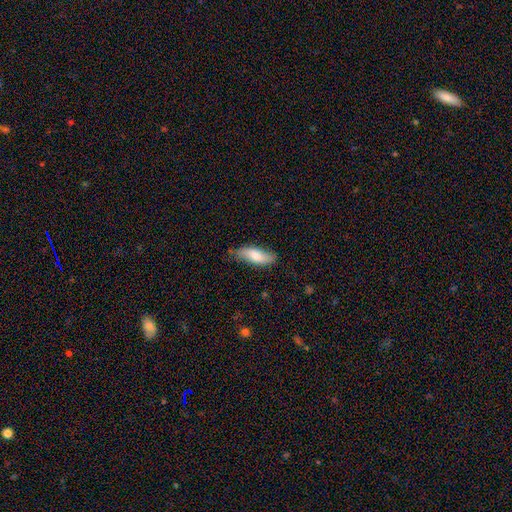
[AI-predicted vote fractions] Overall: smooth (75%). How rounded: in between (72%). Merging: none (70%).